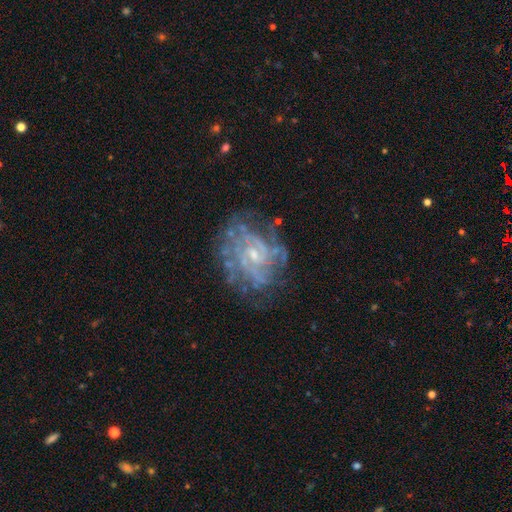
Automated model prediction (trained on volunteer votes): Q: Smooth or featured?
A: featured or disk (78%); runner-up: star or artifact (12%)
Q: Edge-on disk?
A: no (97%); runner-up: yes (3%)
Q: Bar?
A: no (57%); runner-up: weak (35%)
Q: Spiral arms?
A: yes (81%); runner-up: no (19%)
Q: Spiral winding?
A: tight (57%); runner-up: medium (32%)
Q: Spiral arm count?
A: can't tell (48%); runner-up: 2 (16%)
Q: Bulge size?
A: small (69%); runner-up: moderate (23%)
Q: Merging?
A: none (70%); runner-up: minor disturbance (17%)